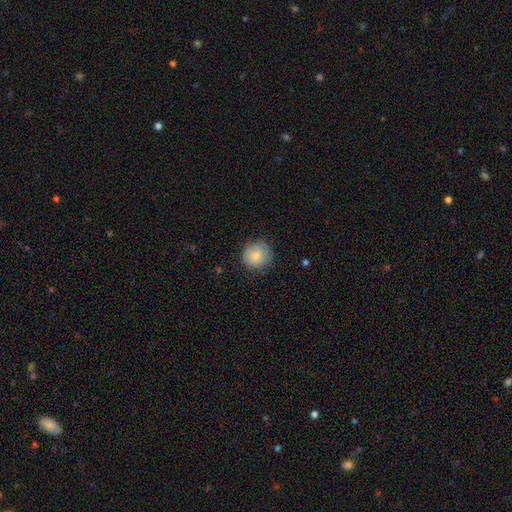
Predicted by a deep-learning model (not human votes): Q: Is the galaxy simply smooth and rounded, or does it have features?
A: smooth — 79%.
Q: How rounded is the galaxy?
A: round — 89%.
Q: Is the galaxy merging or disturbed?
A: none — 77%.